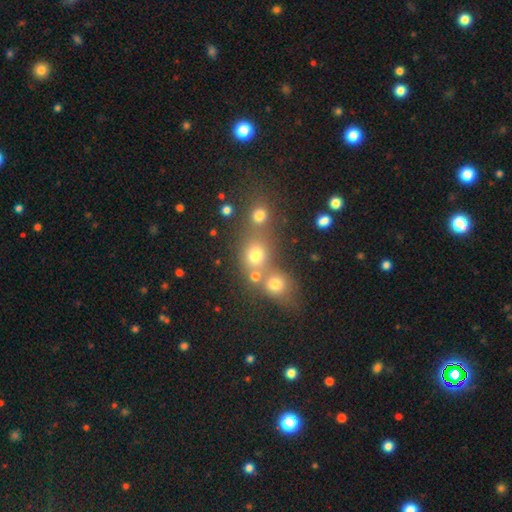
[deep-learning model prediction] Smooth or featured?
  - smooth: 72% *
  - star or artifact: 19%
  - featured or disk: 9%
How rounded?
  - round: 78% *
  - in between: 21%
  - cigar-shaped: 1%
Merging?
  - none: 48% *
  - merger: 39%
  - minor disturbance: 8%
  - major disturbance: 5%